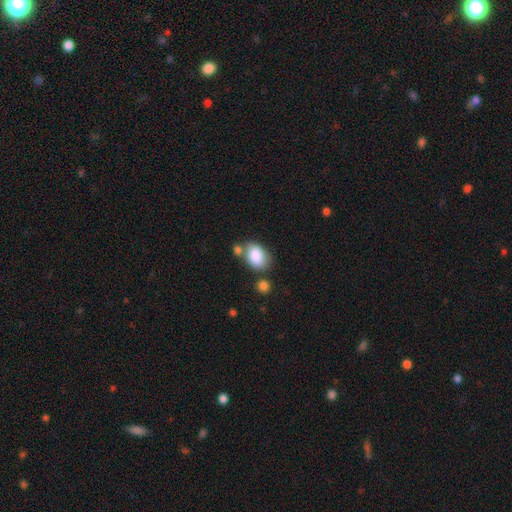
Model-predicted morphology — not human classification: Smooth or featured?
  - smooth: 86% *
  - featured or disk: 7%
  - star or artifact: 7%
How rounded?
  - in between: 84% *
  - round: 15%
  - cigar-shaped: 1%
Merging?
  - none: 55% *
  - merger: 21%
  - minor disturbance: 18%
  - major disturbance: 6%